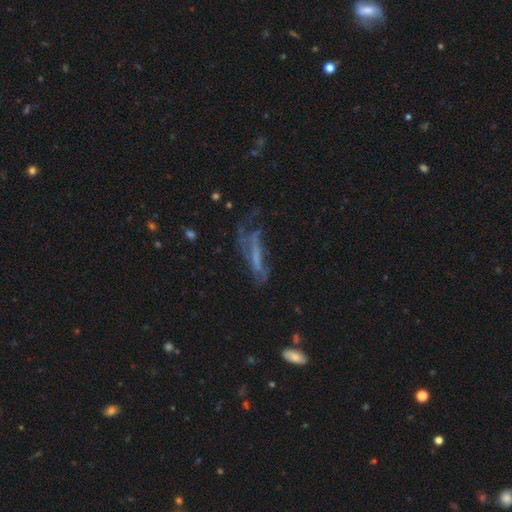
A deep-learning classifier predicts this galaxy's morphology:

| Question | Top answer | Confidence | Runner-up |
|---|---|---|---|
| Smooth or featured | featured or disk | 60% | smooth (25%) |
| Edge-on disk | no | 66% | yes (34%) |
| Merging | none | 42% | major disturbance (32%) |